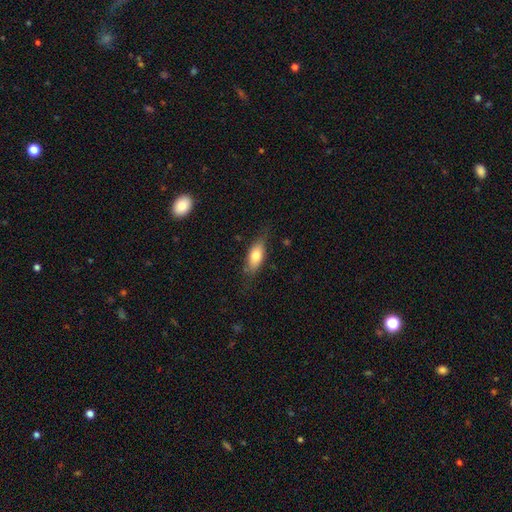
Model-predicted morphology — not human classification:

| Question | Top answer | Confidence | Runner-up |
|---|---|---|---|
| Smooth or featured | smooth | 72% | featured or disk (21%) |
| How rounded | in between | 78% | cigar-shaped (18%) |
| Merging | none | 73% | minor disturbance (20%) |